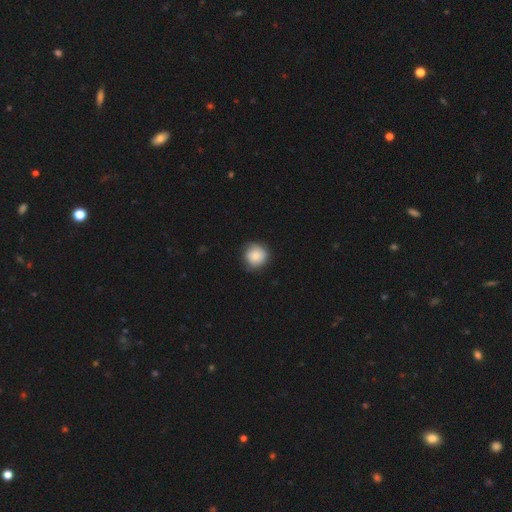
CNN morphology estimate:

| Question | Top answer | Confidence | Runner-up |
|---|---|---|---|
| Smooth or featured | smooth | 81% | featured or disk (11%) |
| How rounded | round | 92% | in between (7%) |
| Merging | none | 79% | minor disturbance (16%) |